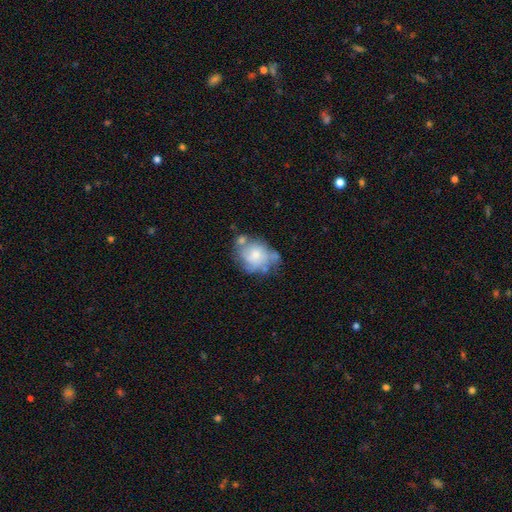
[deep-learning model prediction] Smooth or featured?
  - featured or disk: 49% *
  - smooth: 43%
  - star or artifact: 8%
Merging?
  - none: 40% *
  - minor disturbance: 27%
  - merger: 17%
  - major disturbance: 16%